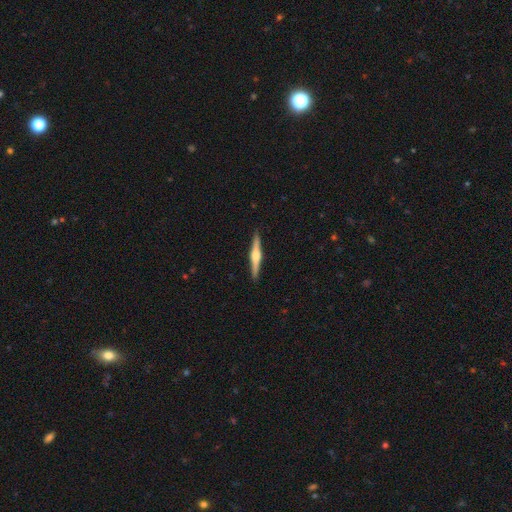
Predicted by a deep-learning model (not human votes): This appears to be a featured or disk galaxy (74%) viewed edge-on (98%) with a rounded central bulge (88%). Merging: none (92%).